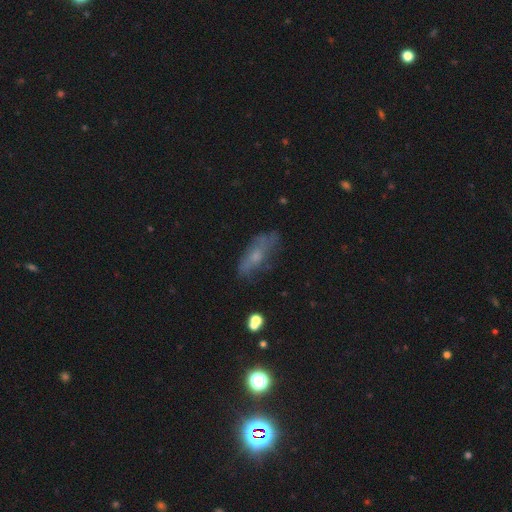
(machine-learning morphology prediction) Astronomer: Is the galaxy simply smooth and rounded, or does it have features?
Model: smooth — 47% (runner-up: featured or disk, 40%).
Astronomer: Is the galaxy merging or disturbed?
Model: none — 60%.